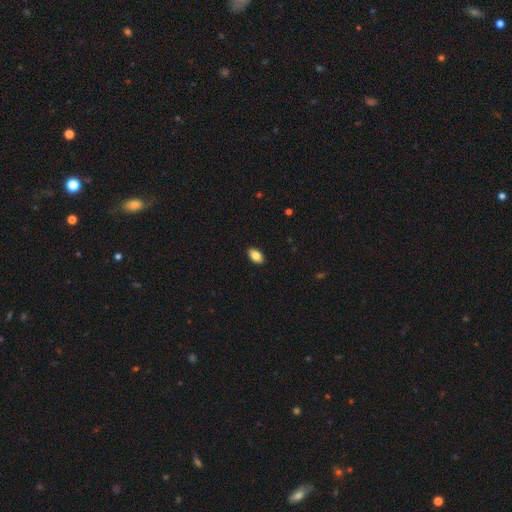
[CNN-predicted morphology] smooth 85%, featured or disk 8%, star or artifact 7%. Down the decision tree: how rounded — in between (92%); merging — none (90%).